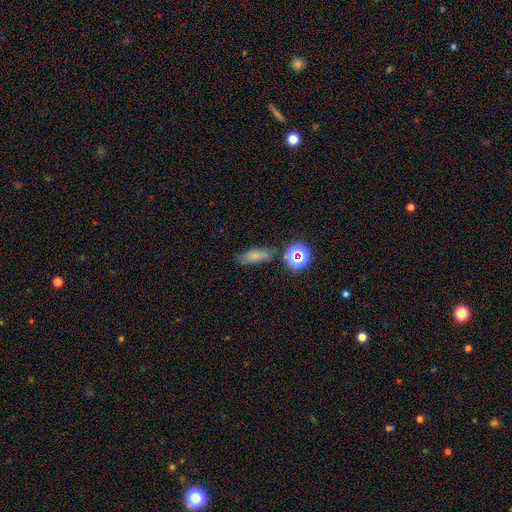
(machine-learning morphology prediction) smooth 66%, star or artifact 18%, featured or disk 16%. Down the decision tree: how rounded — in between (67%); merging — none (65%).